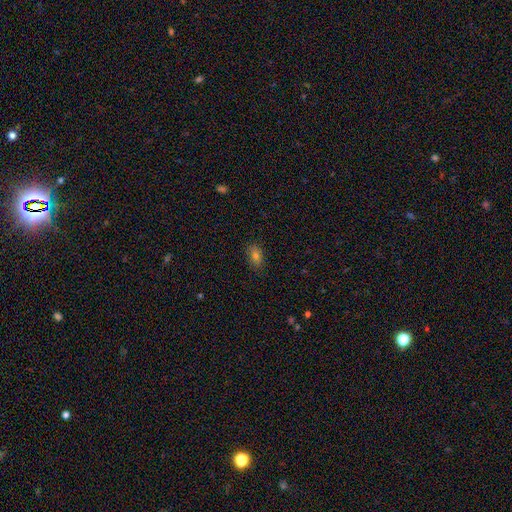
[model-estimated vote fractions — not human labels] This is likely a smooth galaxy (74%). How rounded: clearly in between (84%). Merging: clearly none (85%).